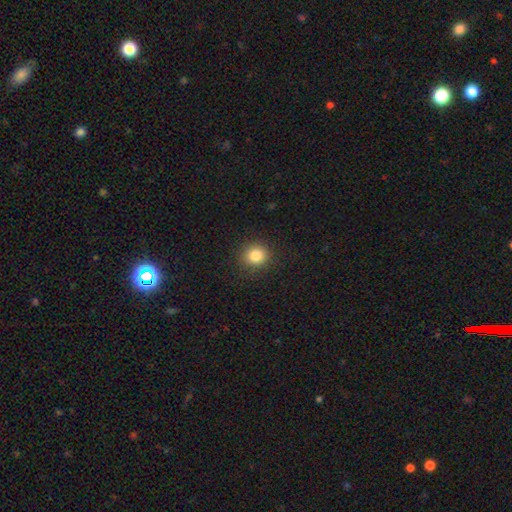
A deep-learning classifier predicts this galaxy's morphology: A smooth galaxy with no disk features (83%) that is round (88%).

Vote fractions:
- Smooth or featured? smooth: 83% / star or artifact: 11% / featured or disk: 5%
- How rounded? round: 88% / in between: 11% / cigar-shaped: 1%
- Merging? none: 89% / minor disturbance: 7% / major disturbance: 3% / merger: 1%